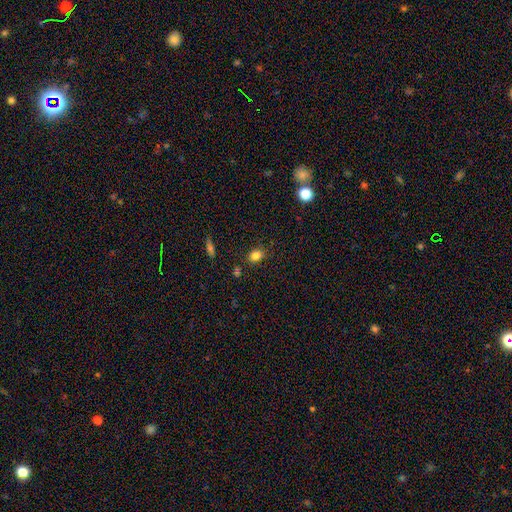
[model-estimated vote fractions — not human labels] This is clearly a smooth galaxy (81%). How rounded: likely in between (69%). Merging: likely none (79%).